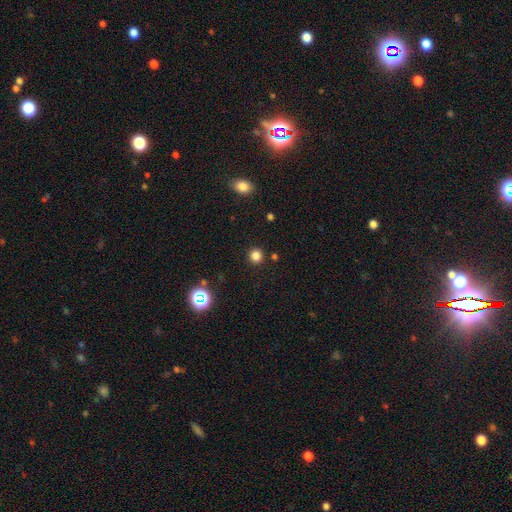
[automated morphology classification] Smooth or featured? Predicted: smooth (p=0.81). How rounded? Predicted: round (p=0.92). Merging? Predicted: none (p=0.90).